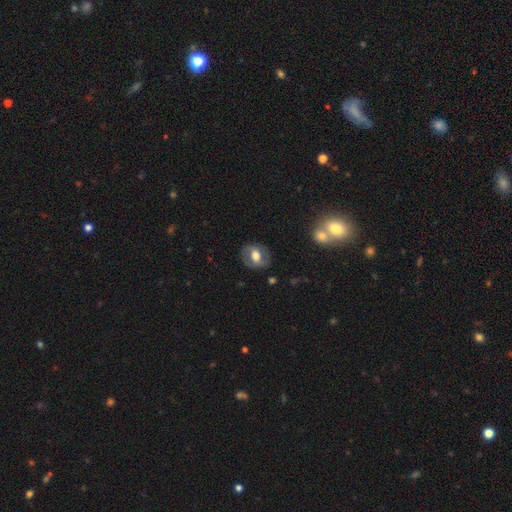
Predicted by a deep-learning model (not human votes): This is possibly a featured or disk galaxy (48%). Merging: likely none (80%).